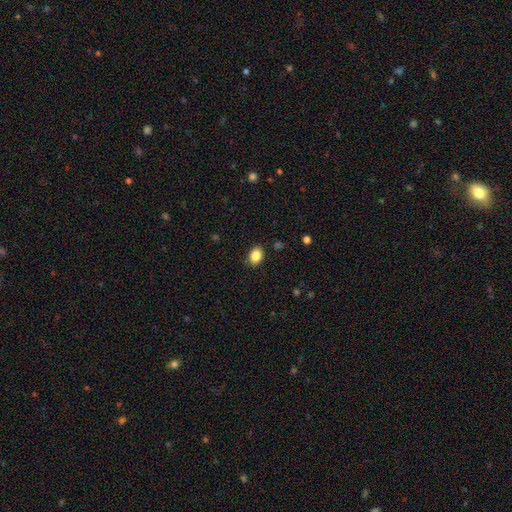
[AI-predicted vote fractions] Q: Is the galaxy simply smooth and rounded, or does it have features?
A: smooth — 86%.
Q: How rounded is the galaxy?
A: in between — 72%.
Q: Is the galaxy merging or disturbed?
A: none — 86%.